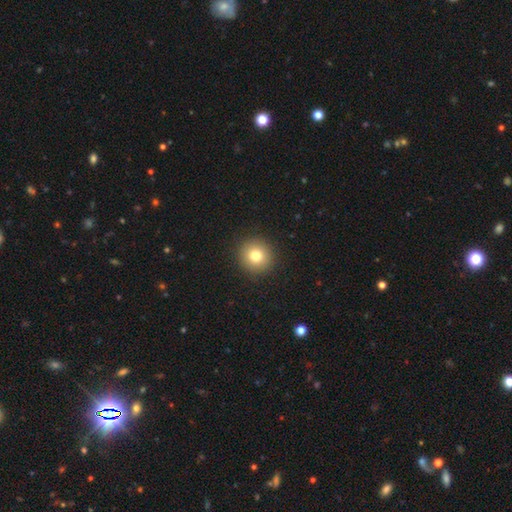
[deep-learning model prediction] Q: Smooth or featured?
A: smooth (78%); runner-up: star or artifact (12%)
Q: How rounded?
A: round (94%); runner-up: in between (5%)
Q: Merging?
A: none (92%); runner-up: minor disturbance (5%)